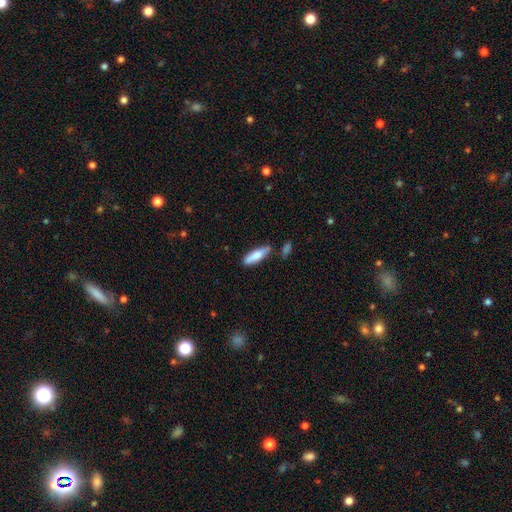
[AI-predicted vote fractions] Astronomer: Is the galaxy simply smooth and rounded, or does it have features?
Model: smooth — 74%.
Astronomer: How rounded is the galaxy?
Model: cigar-shaped — 63%.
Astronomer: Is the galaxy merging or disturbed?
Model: none — 76%.